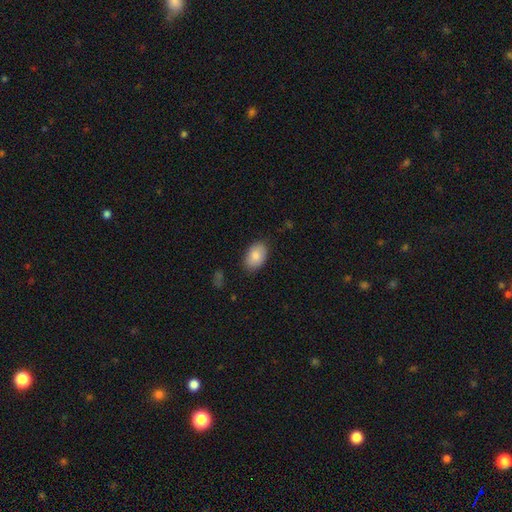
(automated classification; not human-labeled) A smooth galaxy with no disk features (85%) that is in between round and cigar-shaped (89%). Merging: none (84%).